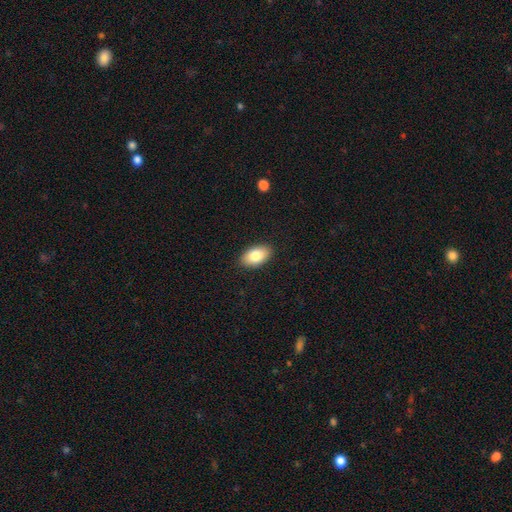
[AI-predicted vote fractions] The model was most divided on "smooth or featured": smooth: 83%, featured or disk: 11%, star or artifact: 7%. More confident: how rounded — in between (94%); merging — none (89%).